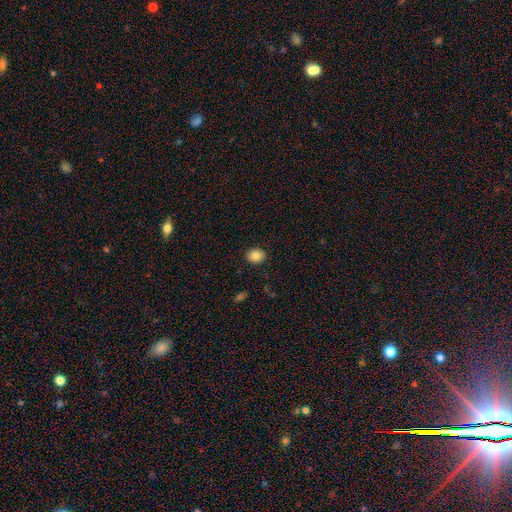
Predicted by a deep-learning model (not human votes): Smooth or featured?
  - smooth: 83% *
  - star or artifact: 9%
  - featured or disk: 7%
How rounded?
  - round: 55% *
  - in between: 44%
  - cigar-shaped: 1%
Merging?
  - none: 90% *
  - minor disturbance: 7%
  - major disturbance: 2%
  - merger: 1%